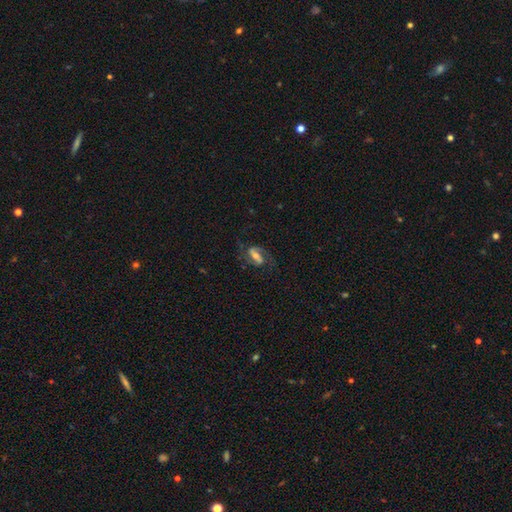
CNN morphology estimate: featured or disk 76%, smooth 16%, star or artifact 8%. Down the decision tree: edge-on disk — no (95%); bar — strong (45%); spiral arms — yes (92%); spiral arm count — 2 (88%); spiral winding — medium (49%); bulge size — moderate (48%); merging — none (68%).